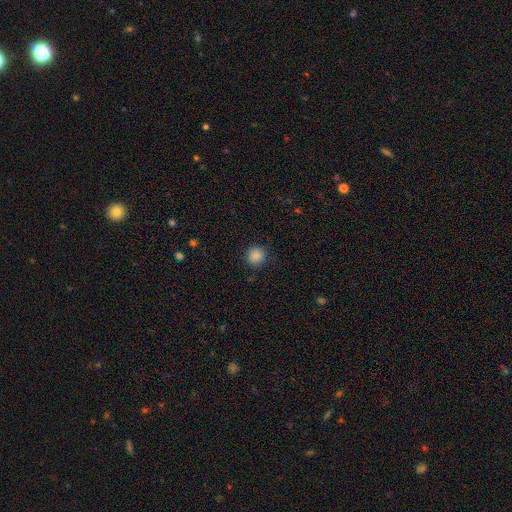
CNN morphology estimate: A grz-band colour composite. It shows a smooth galaxy with no disk features (87%) that is round (92%). Merging: none (90%).